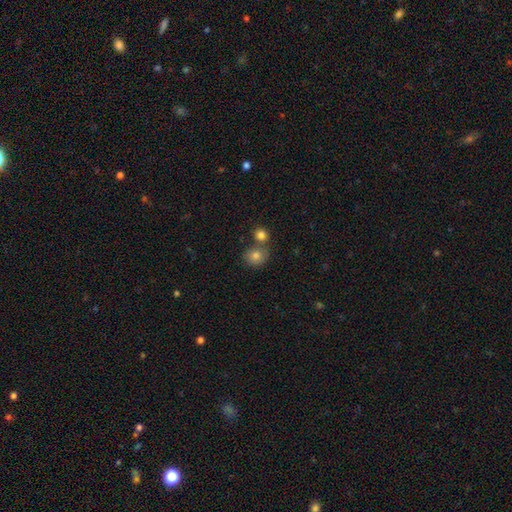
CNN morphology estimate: Overall: smooth (81%). How rounded: round (76%). Merging: none (57%; merger 30%).